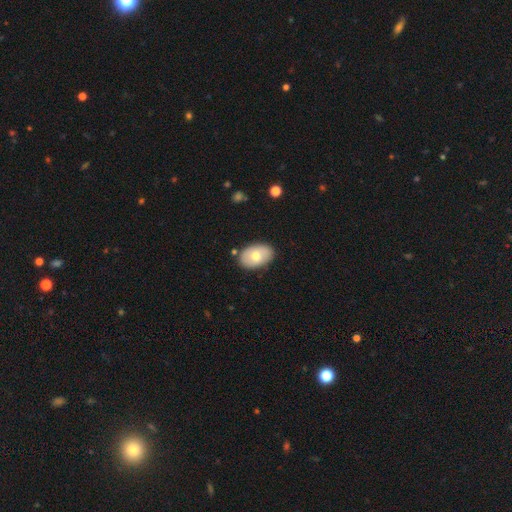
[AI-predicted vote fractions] smooth 69%, featured or disk 25%, star or artifact 6%. Down the decision tree: how rounded — in between (89%); merging — none (84%).